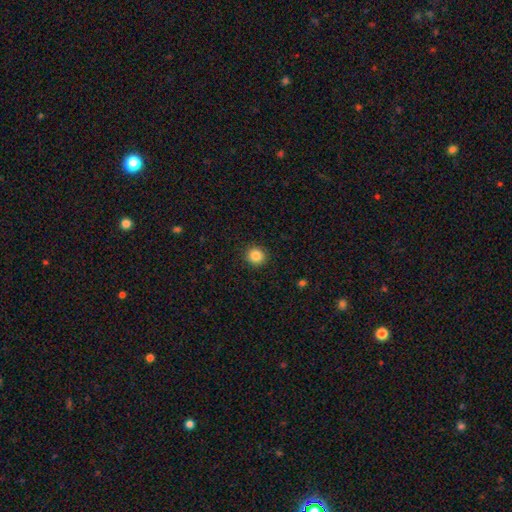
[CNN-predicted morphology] Smooth or featured: smooth — 85% (star or artifact — 10%)
How rounded: round — 92% (in between — 7%)
Merging: none — 92% (minor disturbance — 5%)